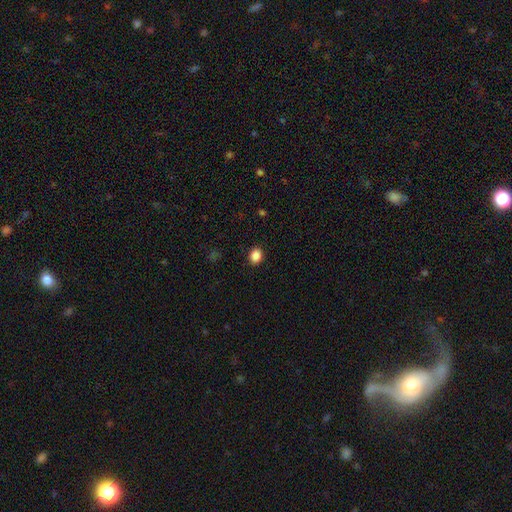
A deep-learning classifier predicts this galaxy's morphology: This appears to be a smooth galaxy with no disk features (87%) that is round (55%). Merging: none (91%).